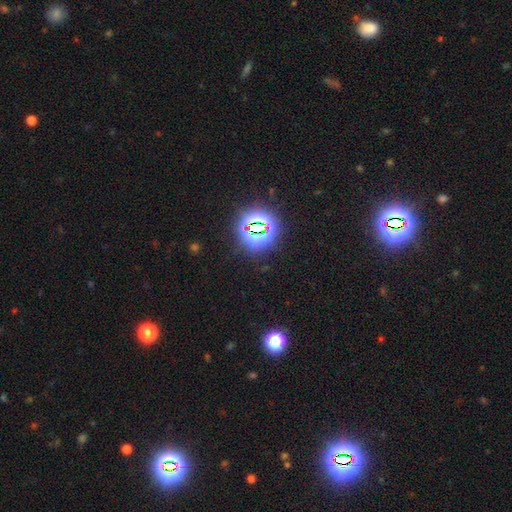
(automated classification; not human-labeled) star or artifact 79%, smooth 14%, featured or disk 7%.